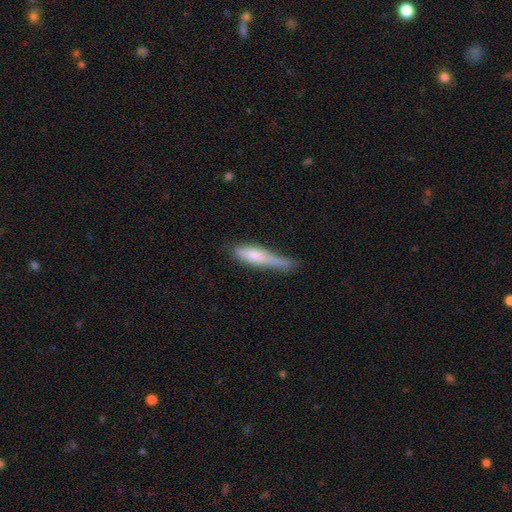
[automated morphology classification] Smooth or featured? Predicted: smooth (p=0.69). How rounded? Predicted: cigar-shaped (p=0.82). Merging? Predicted: none (p=0.40).